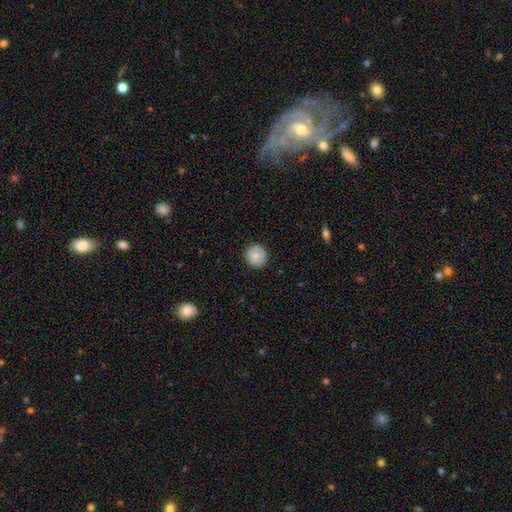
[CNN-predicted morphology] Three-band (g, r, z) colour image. It shows a smooth galaxy with no disk features (82%) that is round (90%). Merging: none (88%).